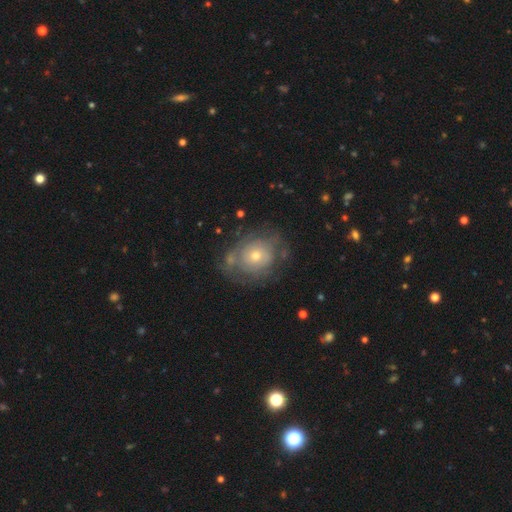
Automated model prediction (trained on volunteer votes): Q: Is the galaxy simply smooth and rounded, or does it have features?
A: featured or disk — 55%.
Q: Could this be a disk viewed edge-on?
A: no — 96%.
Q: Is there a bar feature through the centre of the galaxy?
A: no — 87%.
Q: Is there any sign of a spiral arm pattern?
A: yes — 51%.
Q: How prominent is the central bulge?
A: small — 48%.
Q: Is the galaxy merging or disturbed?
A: none — 61%.